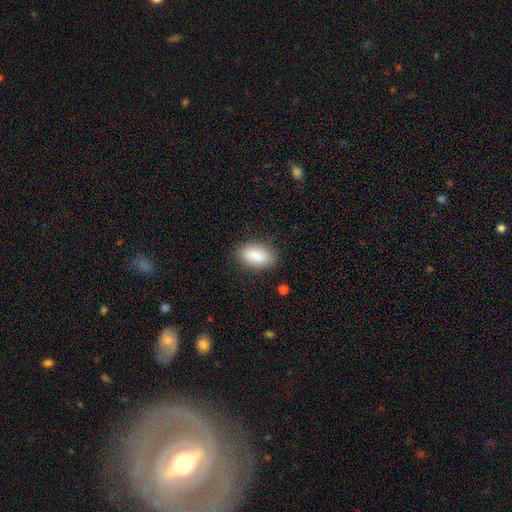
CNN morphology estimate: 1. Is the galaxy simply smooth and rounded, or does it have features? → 88% smooth, 7% star or artifact, 6% featured or disk.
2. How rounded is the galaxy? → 91% in between, 6% cigar-shaped, 4% round.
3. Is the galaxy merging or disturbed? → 84% none, 12% minor disturbance, 3% major disturbance, 1% merger.